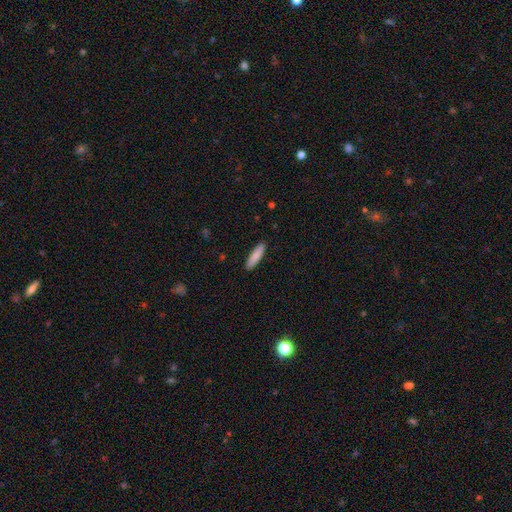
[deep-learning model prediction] This appears to be a smooth galaxy with no disk features (86%) that is cigar-shaped (77%). Merging: none (90%).